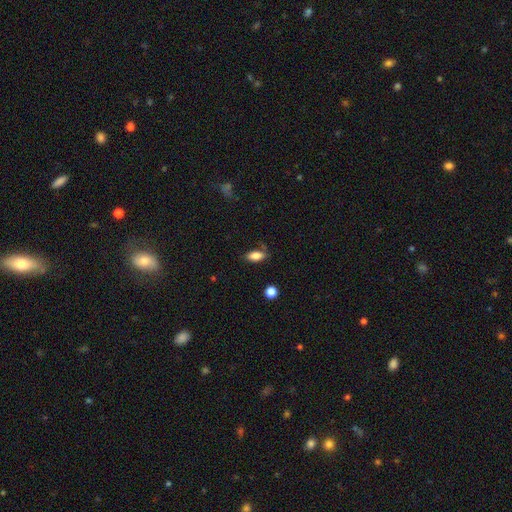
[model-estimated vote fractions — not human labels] Q: Smooth or featured?
A: smooth (83%); runner-up: featured or disk (9%)
Q: How rounded?
A: in between (86%); runner-up: cigar-shaped (10%)
Q: Merging?
A: none (74%); runner-up: minor disturbance (19%)